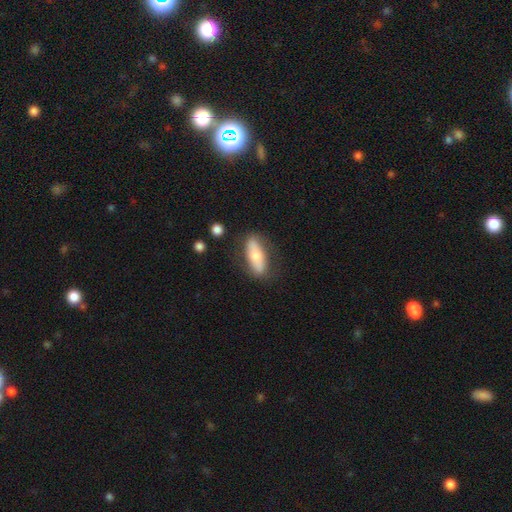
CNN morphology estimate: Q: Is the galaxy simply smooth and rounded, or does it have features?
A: smooth — 56%.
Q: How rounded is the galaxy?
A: in between — 63%.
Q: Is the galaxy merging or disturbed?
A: none — 79%.